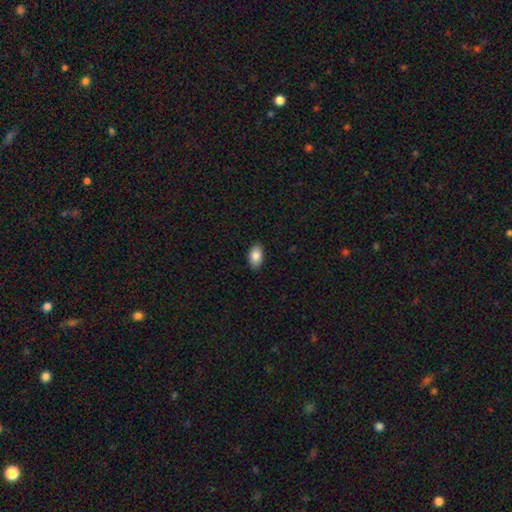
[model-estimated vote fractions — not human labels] Overall: smooth (87%). How rounded: in between (93%). Merging: none (89%).